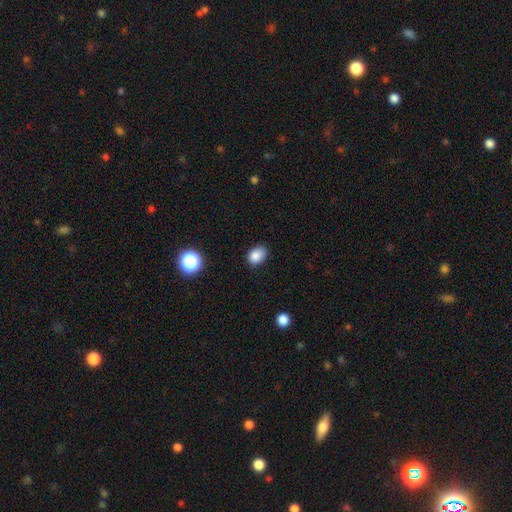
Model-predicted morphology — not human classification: Q: Smooth or featured?
A: smooth (85%); runner-up: star or artifact (10%)
Q: How rounded?
A: in between (68%); runner-up: round (31%)
Q: Merging?
A: none (80%); runner-up: minor disturbance (16%)